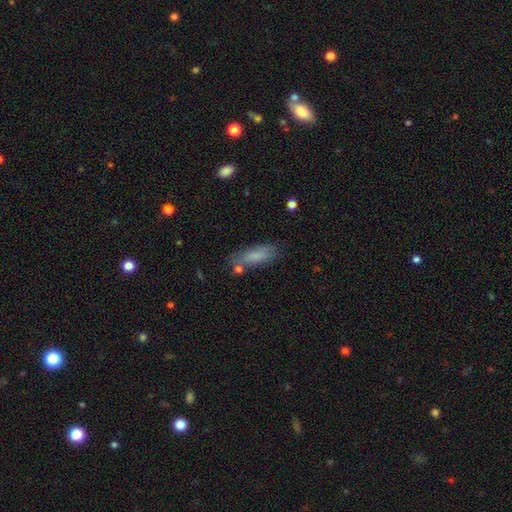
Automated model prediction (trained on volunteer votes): Smooth or featured?
  - smooth: 79% *
  - featured or disk: 13%
  - star or artifact: 9%
How rounded?
  - in between: 60% *
  - cigar-shaped: 37%
  - round: 2%
Merging?
  - none: 70% *
  - minor disturbance: 18%
  - merger: 7%
  - major disturbance: 5%